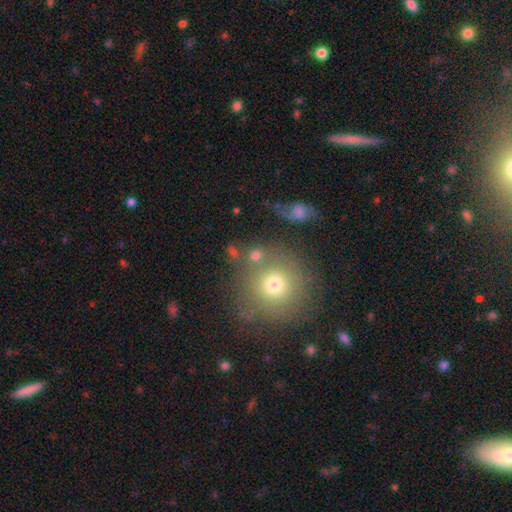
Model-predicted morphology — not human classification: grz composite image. It shows a smooth galaxy with no disk features (69%) that is round (82%). Merging: none (64%).